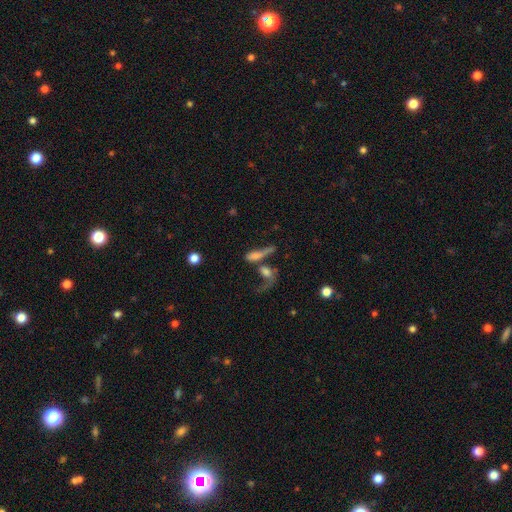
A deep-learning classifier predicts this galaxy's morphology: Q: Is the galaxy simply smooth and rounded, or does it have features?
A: smooth — 48%.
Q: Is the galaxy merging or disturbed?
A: merger — 45%.